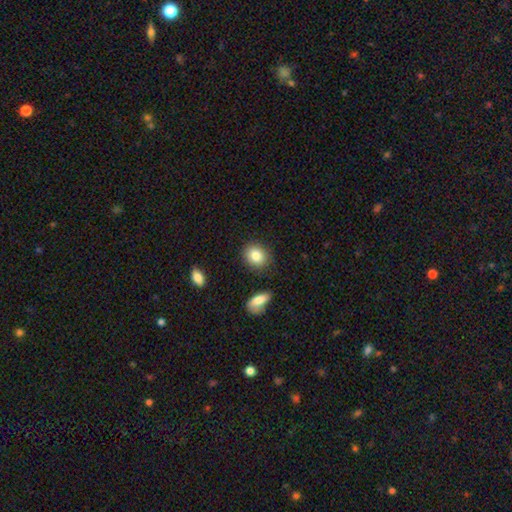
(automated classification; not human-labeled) Q: Smooth or featured?
A: smooth (84%); runner-up: star or artifact (8%)
Q: How rounded?
A: round (61%); runner-up: in between (38%)
Q: Merging?
A: none (85%); runner-up: minor disturbance (9%)